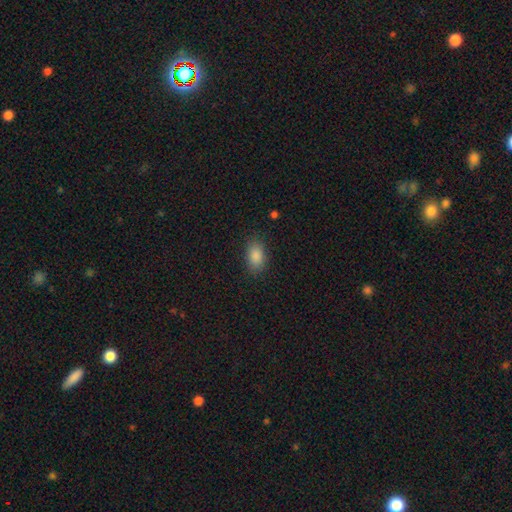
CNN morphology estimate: smooth_or_featured: smooth (p=0.86) [alt: star or artifact p=0.09]
how_rounded: in between (p=0.89) [alt: round p=0.09]
merging: none (p=0.86) [alt: minor disturbance p=0.10]